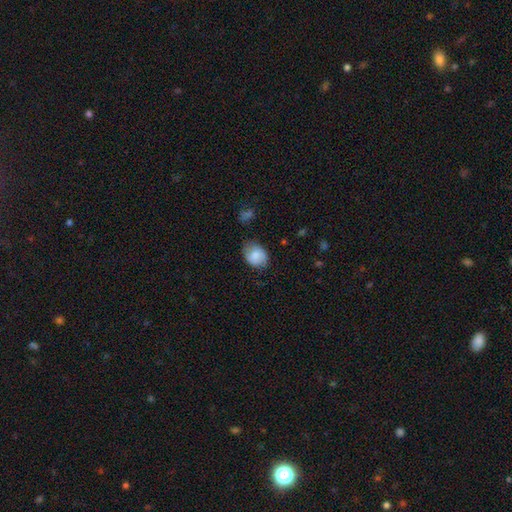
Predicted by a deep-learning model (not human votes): smooth 77%, featured or disk 16%, star or artifact 7%. Down the decision tree: how rounded — in between (62%); merging — none (64%).